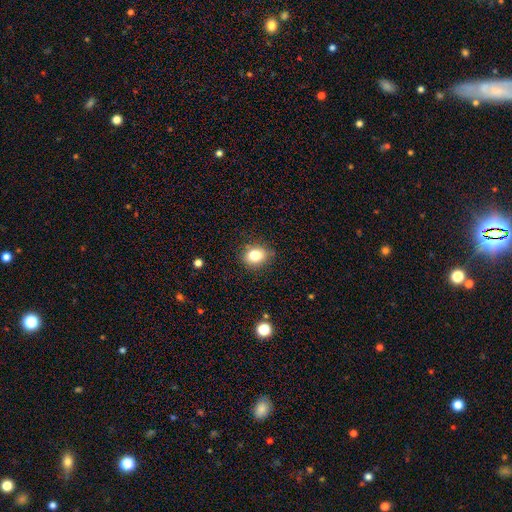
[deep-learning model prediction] Q: Smooth or featured?
A: smooth (81%); runner-up: star or artifact (11%)
Q: How rounded?
A: in between (58%); runner-up: round (41%)
Q: Merging?
A: none (81%); runner-up: minor disturbance (14%)